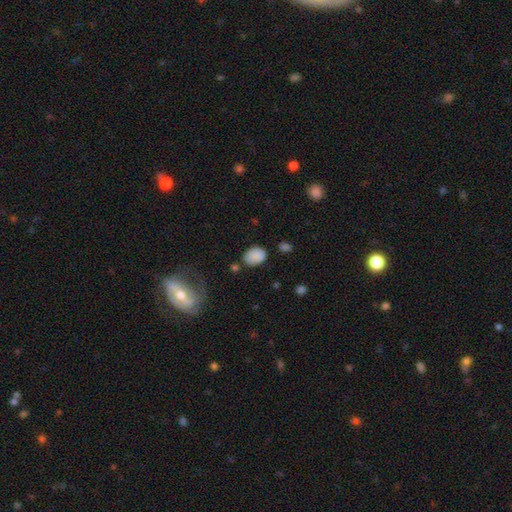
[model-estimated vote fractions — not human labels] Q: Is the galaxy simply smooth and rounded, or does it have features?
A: smooth — 85%.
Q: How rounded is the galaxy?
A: in between — 75%.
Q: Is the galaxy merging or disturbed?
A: none — 71%.